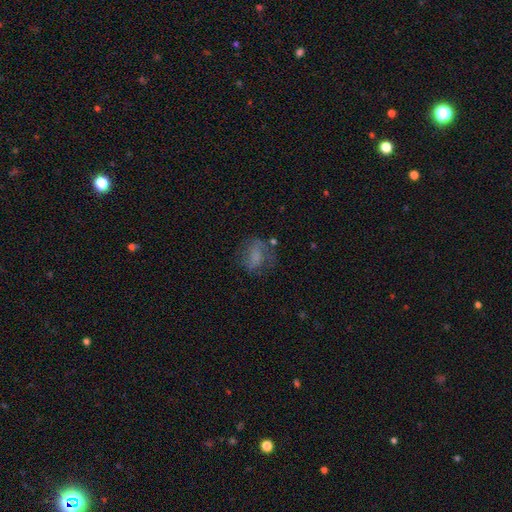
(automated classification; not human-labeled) smooth-or-featured: smooth: 54% | featured or disk: 33% | star or artifact: 14%
  how-rounded: in between: 59% | round: 39% | cigar-shaped: 3%
  merging: none: 51% | minor disturbance: 23% | major disturbance: 22% | merger: 4%